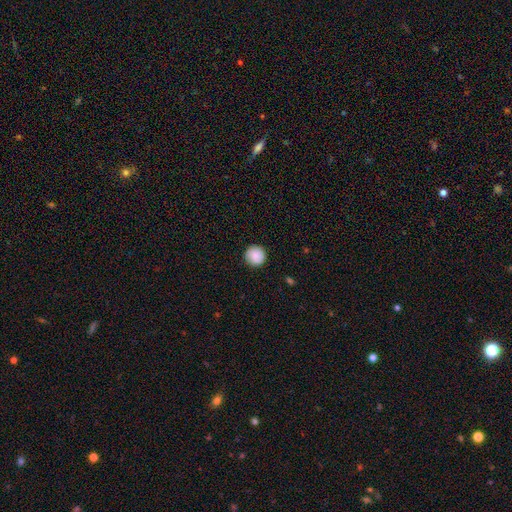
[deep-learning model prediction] A smooth galaxy with no disk features (87%) that is round (96%).

Vote fractions:
- Smooth or featured? smooth: 87% / star or artifact: 7% / featured or disk: 5%
- How rounded? round: 96% / in between: 3% / cigar-shaped: 1%
- Merging? none: 91% / minor disturbance: 6% / major disturbance: 2% / merger: 1%